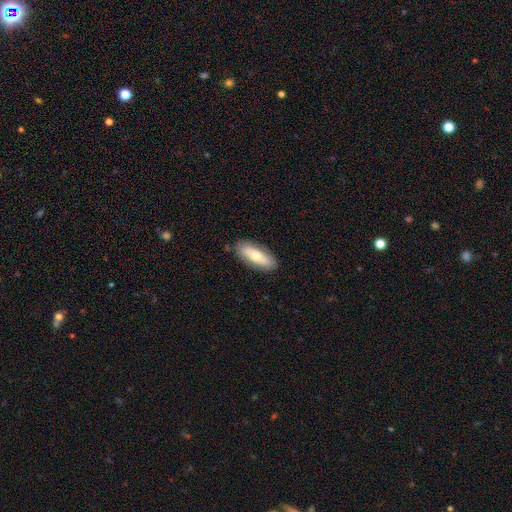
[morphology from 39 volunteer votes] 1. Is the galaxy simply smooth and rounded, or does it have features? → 67% smooth, 26% featured or disk, 8% star or artifact.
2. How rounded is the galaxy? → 88% in between, 12% cigar-shaped, 0% round.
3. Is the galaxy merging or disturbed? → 78% none, 19% minor disturbance, 3% merger, 0% major disturbance.